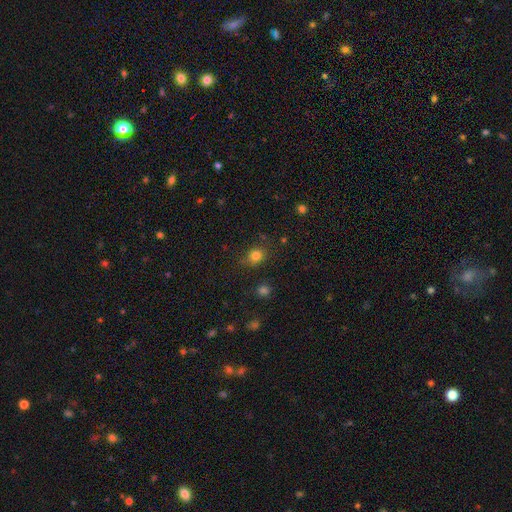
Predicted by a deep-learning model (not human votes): A smooth galaxy with no disk features (81%) that is round (66%).

Vote fractions:
- Smooth or featured? smooth: 81% / star or artifact: 14% / featured or disk: 5%
- How rounded? round: 66% / in between: 33% / cigar-shaped: 1%
- Merging? none: 76% / minor disturbance: 16% / major disturbance: 5% / merger: 3%